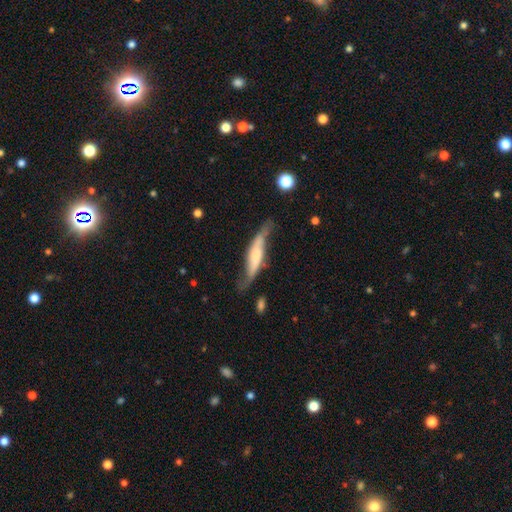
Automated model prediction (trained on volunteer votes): Overall: featured or disk (59%; smooth 35%). Edge-on disk: no (53%; yes 47%). Merging: none (52%; minor disturbance 30%).